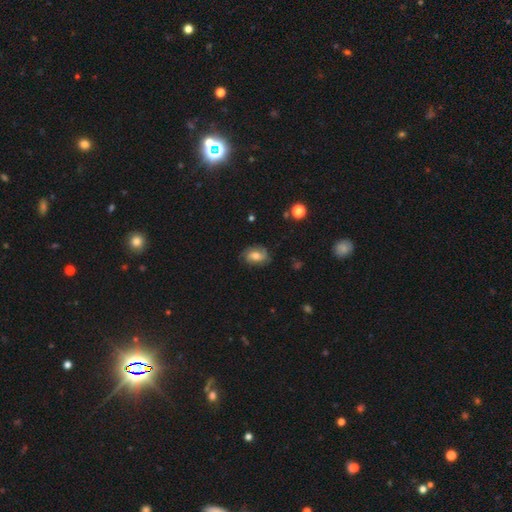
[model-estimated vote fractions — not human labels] Q: Smooth or featured?
A: smooth (49%); runner-up: featured or disk (41%)
Q: Merging?
A: none (73%); runner-up: minor disturbance (20%)